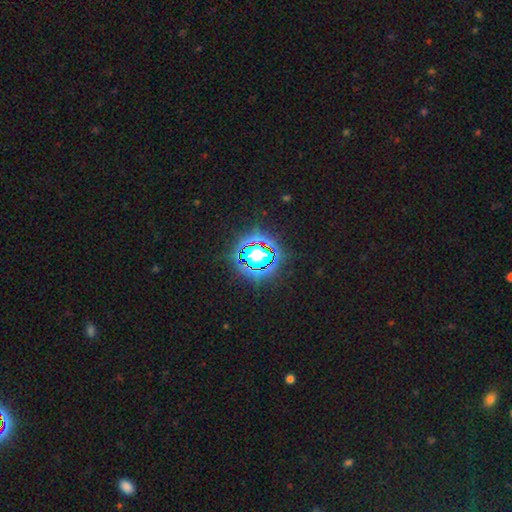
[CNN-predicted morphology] A star or artifact, not a galaxy (77%).